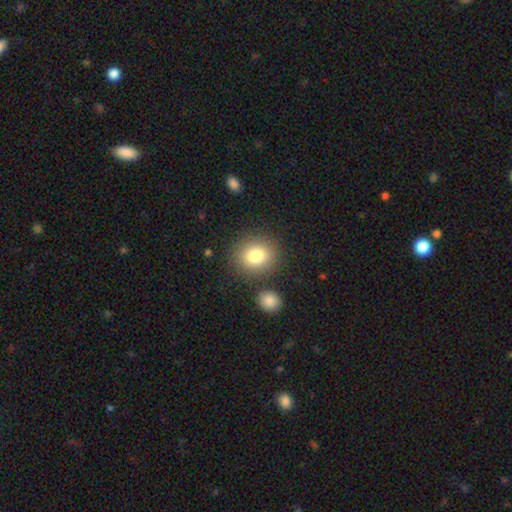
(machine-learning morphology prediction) This is clearly a smooth galaxy (80%). How rounded: likely round (80%). Merging: clearly none (82%).